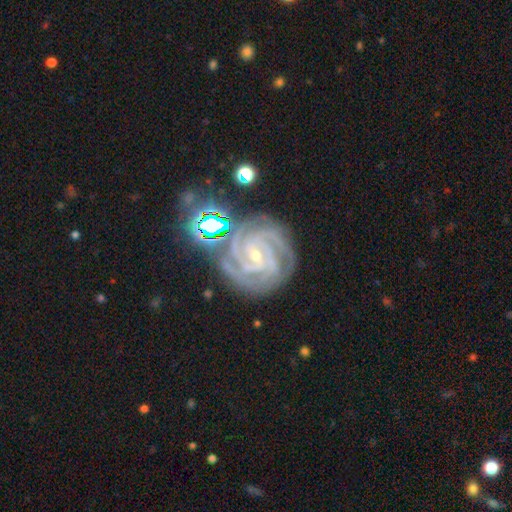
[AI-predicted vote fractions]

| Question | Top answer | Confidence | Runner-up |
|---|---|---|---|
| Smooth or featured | featured or disk | 91% | star or artifact (6%) |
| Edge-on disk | no | 98% | yes (2%) |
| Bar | no | 41% | weak (39%) |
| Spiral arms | yes | 99% | no (1%) |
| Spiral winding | tight | 76% | medium (22%) |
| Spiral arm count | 4 | 48% | 3 (25%) |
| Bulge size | small | 75% | moderate (22%) |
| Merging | none | 76% | minor disturbance (15%) |